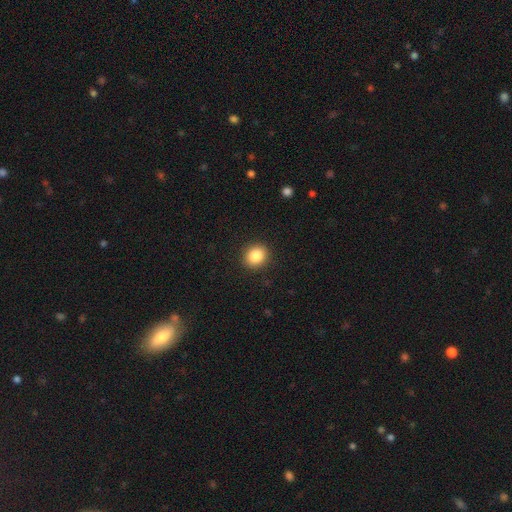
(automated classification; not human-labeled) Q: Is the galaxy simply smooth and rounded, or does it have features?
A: smooth — 86%.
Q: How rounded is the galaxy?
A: round — 76%.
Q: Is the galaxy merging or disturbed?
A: none — 91%.